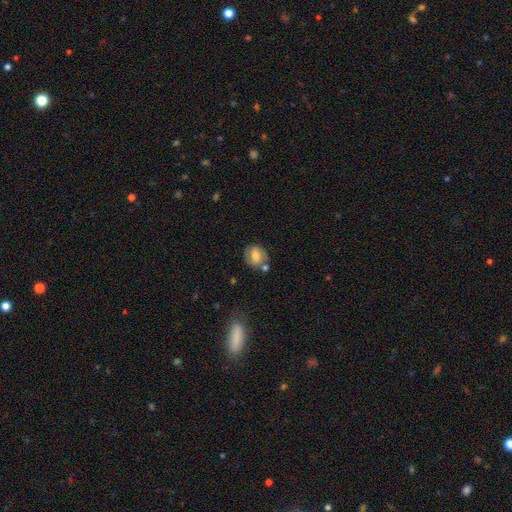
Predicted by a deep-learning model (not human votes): Smooth or featured? smooth (59%)
How rounded? round (69%)
Merging? none (65%)